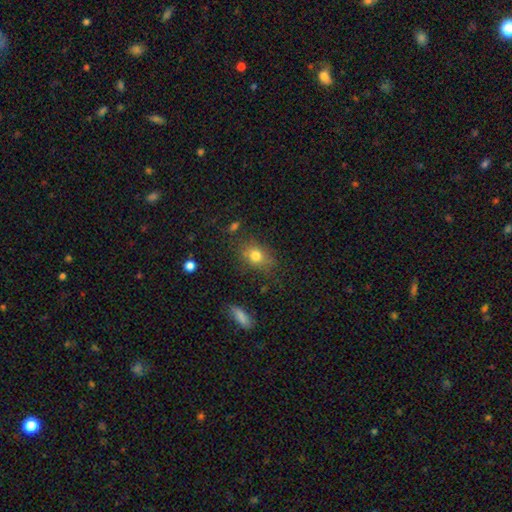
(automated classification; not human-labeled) smooth_or_featured: smooth (p=0.77) [alt: star or artifact p=0.12]
how_rounded: in between (p=0.60) [alt: round p=0.37]
merging: none (p=0.72) [alt: minor disturbance p=0.18]